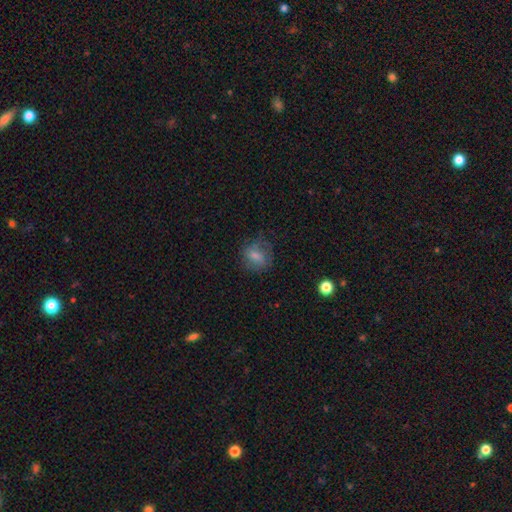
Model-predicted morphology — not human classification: This is likely a smooth galaxy (71%). How rounded: possibly round (57%). Merging: likely none (62%).